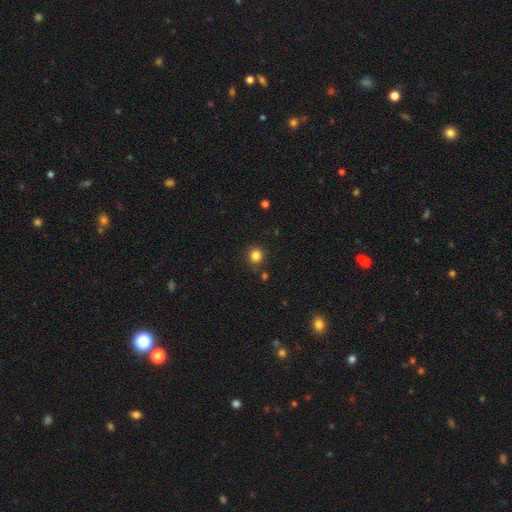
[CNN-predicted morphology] smooth 84%, star or artifact 12%, featured or disk 4%. Down the decision tree: how rounded — round (90%); merging — none (83%).